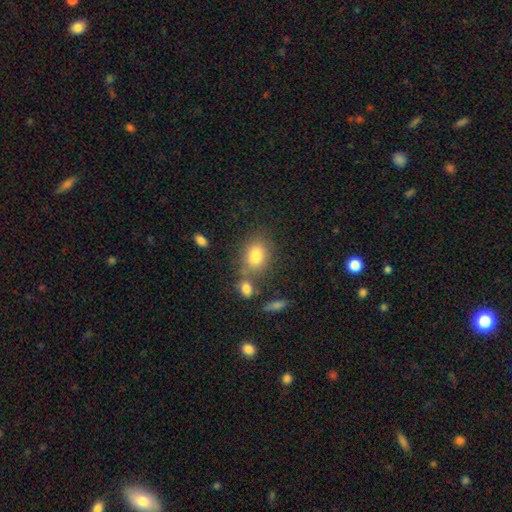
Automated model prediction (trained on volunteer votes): Smooth or featured? smooth (80%)
How rounded? in between (66%)
Merging? none (63%)